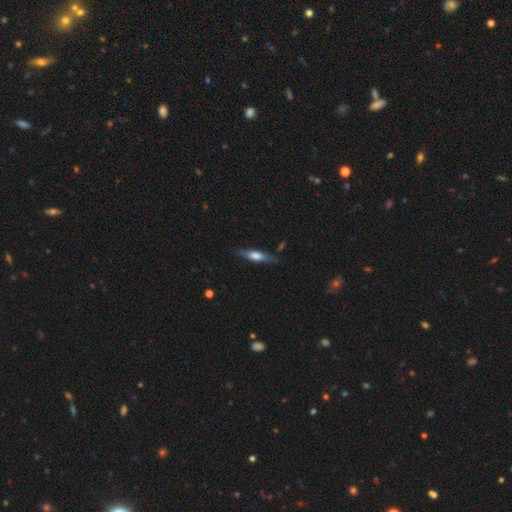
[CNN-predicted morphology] smooth 47% (tied), featured or disk 47% (tied), star or artifact 6%. Down the decision tree: merging — none (81%).